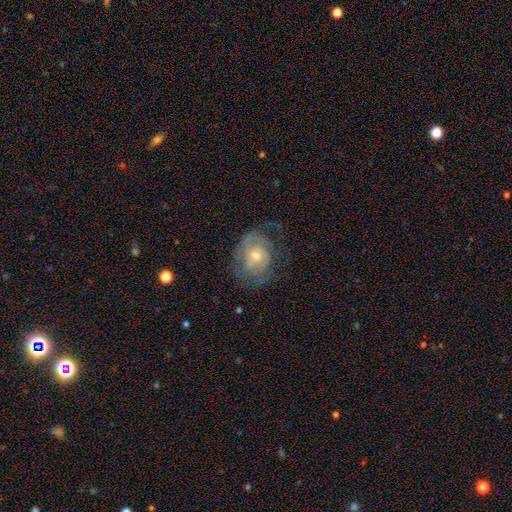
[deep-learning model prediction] Overall: featured or disk (68%). Edge-on disk: no (97%). Bar: no (68%). Spiral arms: yes (76%). Bulge size: small (52%; moderate 43%). Merging: none (56%; minor disturbance 22%).